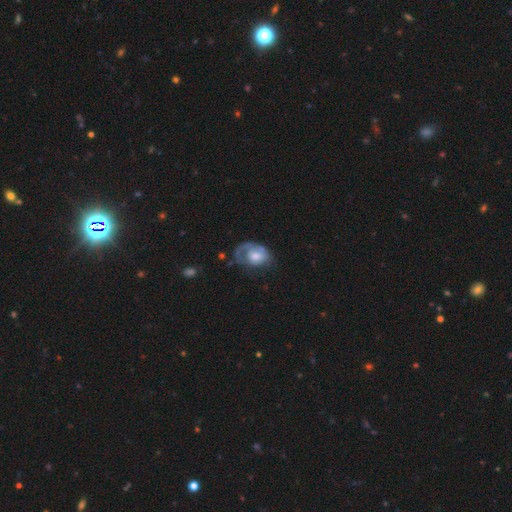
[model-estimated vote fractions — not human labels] Overall: featured or disk (55%; smooth 39%). Edge-on disk: no (96%). Bar: no (82%). Spiral arms: yes (63%; no 37%). Bulge size: moderate (48%; large 25%). Merging: none (39%; major disturbance 33%).